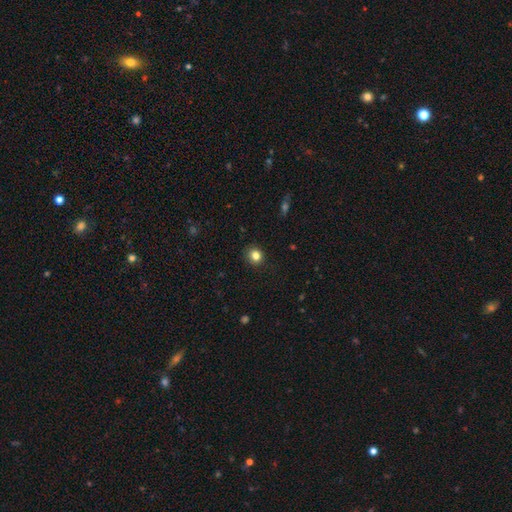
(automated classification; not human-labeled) Smooth or featured? smooth (83%)
How rounded? round (81%)
Merging? none (85%)